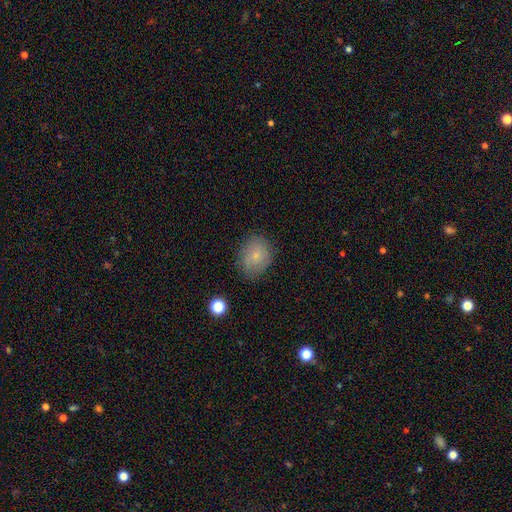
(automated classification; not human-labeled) Overall: smooth (73%). How rounded: in between (53%; round 45%). Merging: none (76%).